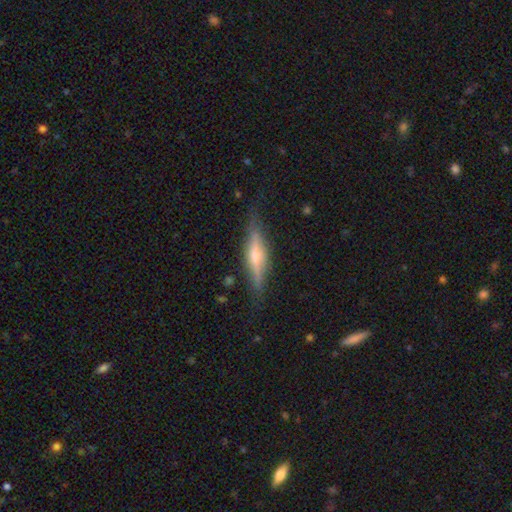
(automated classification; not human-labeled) Q: Smooth or featured?
A: featured or disk (69%); runner-up: smooth (24%)
Q: Edge-on disk?
A: yes (96%); runner-up: no (4%)
Q: Edge-on bulge?
A: rounded (81%); runner-up: boxy (10%)
Q: Merging?
A: none (83%); runner-up: minor disturbance (12%)